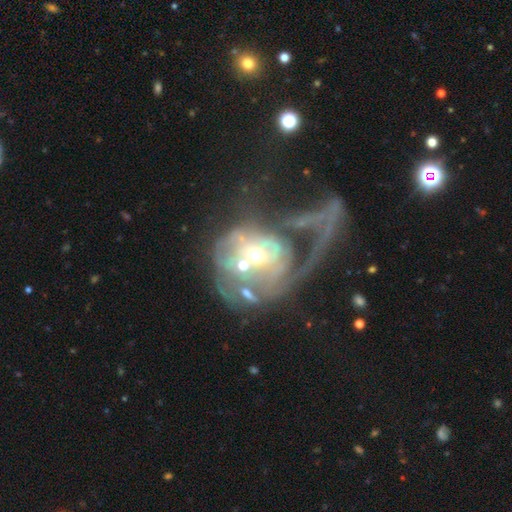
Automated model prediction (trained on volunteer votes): Smooth or featured? Predicted: featured or disk (p=0.72). Edge-on disk? Predicted: no (p=0.97). Bar? Predicted: no (p=0.71). Spiral arms? Predicted: yes (p=0.57). Bulge size? Predicted: moderate (p=0.61). Merging? Predicted: major disturbance (p=0.55).